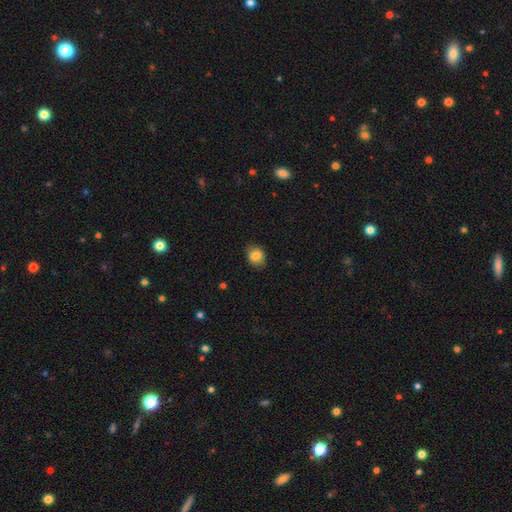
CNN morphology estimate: smooth_or_featured: smooth (p=0.84) [alt: star or artifact p=0.09]
how_rounded: round (p=0.57) [alt: in between p=0.42]
merging: none (p=0.81) [alt: minor disturbance p=0.15]